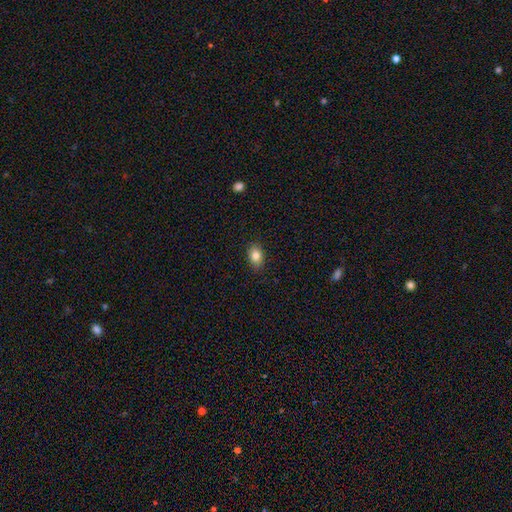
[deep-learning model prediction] smooth_or_featured: smooth (p=0.82) [alt: star or artifact p=0.09]
how_rounded: in between (p=0.78) [alt: round p=0.20]
merging: none (p=0.86) [alt: minor disturbance p=0.11]